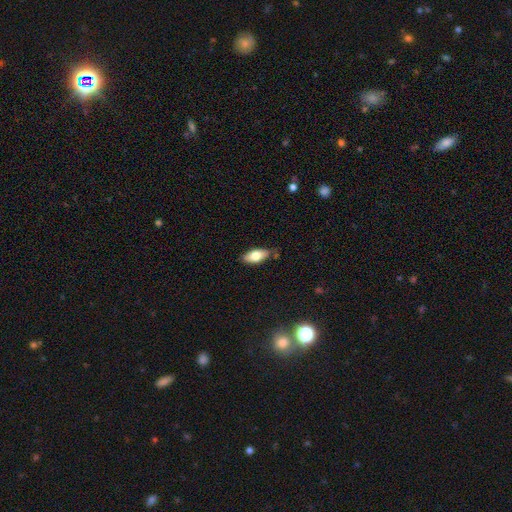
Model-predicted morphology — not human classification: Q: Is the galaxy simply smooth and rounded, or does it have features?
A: smooth — 75%.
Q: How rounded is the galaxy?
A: in between — 86%.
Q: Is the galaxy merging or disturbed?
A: none — 76%.